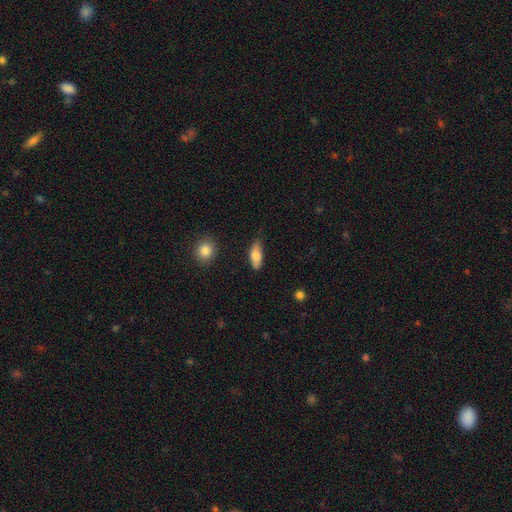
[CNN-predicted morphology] This is likely a smooth galaxy (75%). How rounded: likely in between (74%). Merging: likely none (70%).